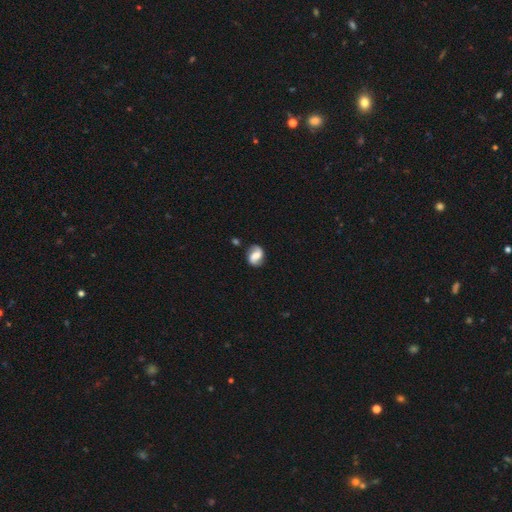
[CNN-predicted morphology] type=featured or disk (71%); edge-on=no (98%); bar=weak (42%); spiral arms=yes (93%); winding=loose (47%); arm count=2 (91%); bulge=moderate (36%); merging=none (79%).